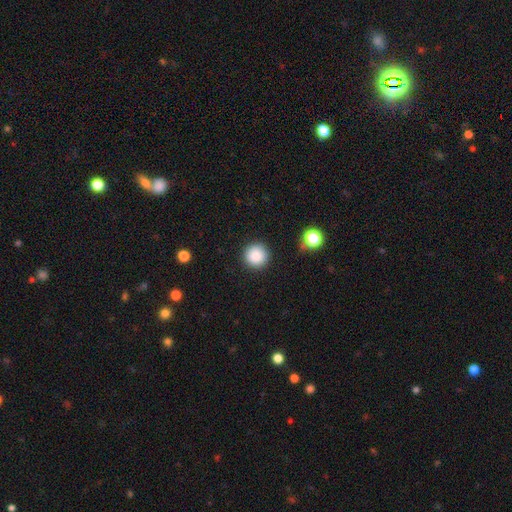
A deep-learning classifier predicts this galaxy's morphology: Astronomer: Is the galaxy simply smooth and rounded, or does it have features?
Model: smooth — 86%.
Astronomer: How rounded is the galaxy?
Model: round — 96%.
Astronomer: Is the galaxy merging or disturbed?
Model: none — 90%.